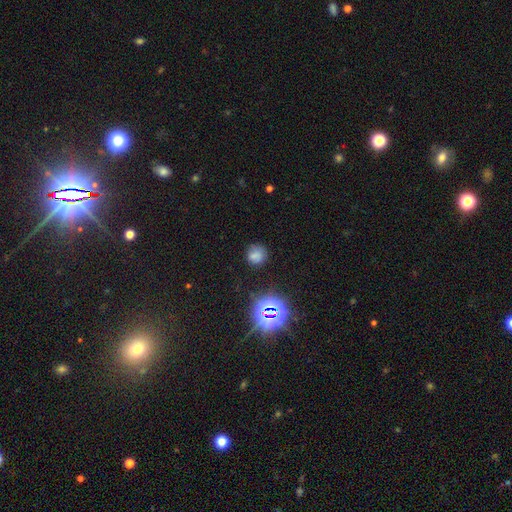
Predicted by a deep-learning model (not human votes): smooth 68%, star or artifact 23%, featured or disk 9%. Down the decision tree: how rounded — round (85%); merging — none (75%).